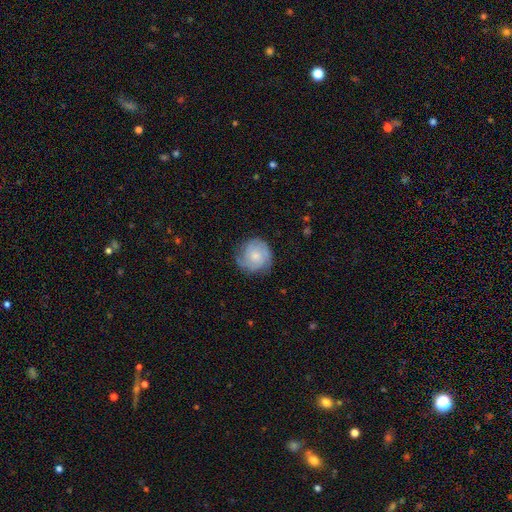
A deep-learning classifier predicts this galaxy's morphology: featured or disk 57%, smooth 36%, star or artifact 7%. Down the decision tree: edge-on disk — no (98%); bar — no (77%); spiral arms — yes (90%); spiral arm count — can't tell (31%); spiral winding — tight (58%); bulge size — small (50%); merging — none (75%).